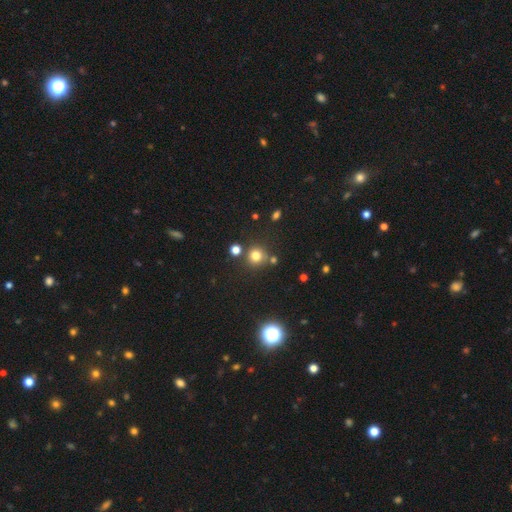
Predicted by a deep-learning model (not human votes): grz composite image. It shows a smooth galaxy with no disk features (75%) that is round (91%). Merging: none (76%).